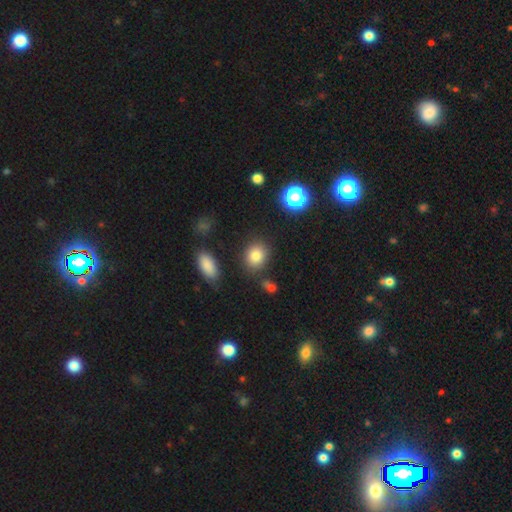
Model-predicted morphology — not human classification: Smooth or featured: smooth — 82% (star or artifact — 11%)
How rounded: round — 56% (in between — 43%)
Merging: none — 80% (minor disturbance — 12%)